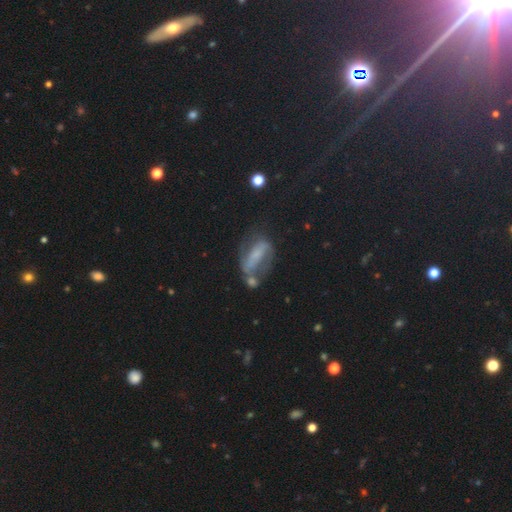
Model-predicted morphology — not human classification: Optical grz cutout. It shows a featured or disk galaxy (62%) with a strong bar (50%), spiral arms (71%) and a small central bulge (47%). Merging: none (46%).